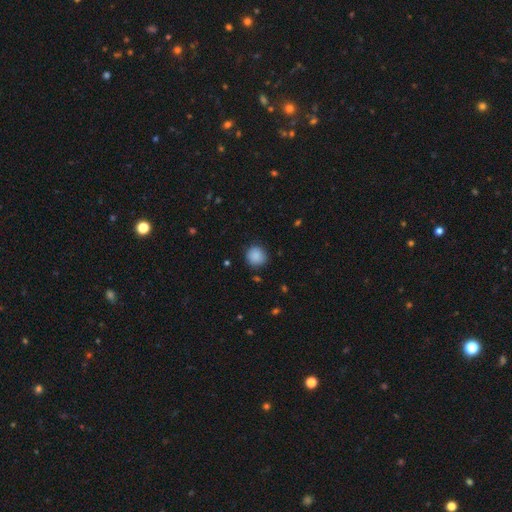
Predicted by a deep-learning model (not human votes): This appears to be a smooth galaxy with no disk features (88%) that is round (92%). Merging: none (85%).